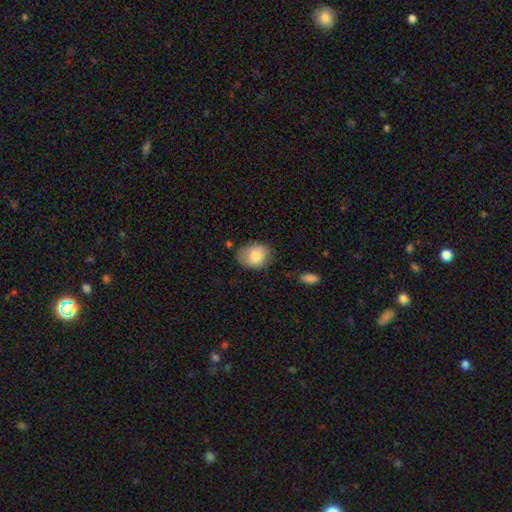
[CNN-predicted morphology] Smooth or featured? smooth (82%)
How rounded? in between (63%)
Merging? none (64%)